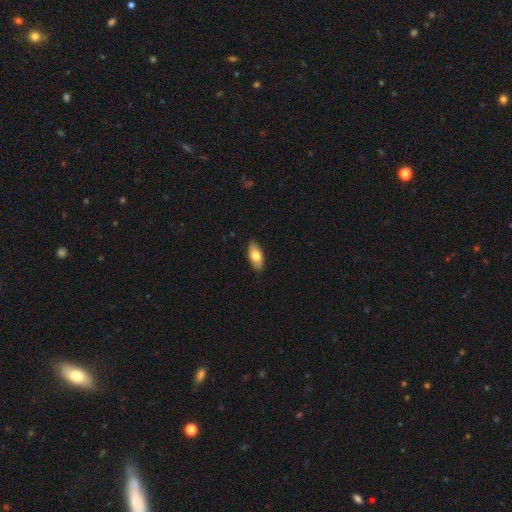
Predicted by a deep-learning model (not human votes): smooth_or_featured: smooth (p=0.78) [alt: featured or disk p=0.16]
how_rounded: in between (p=0.86) [alt: cigar-shaped p=0.12]
merging: none (p=0.88) [alt: minor disturbance p=0.09]